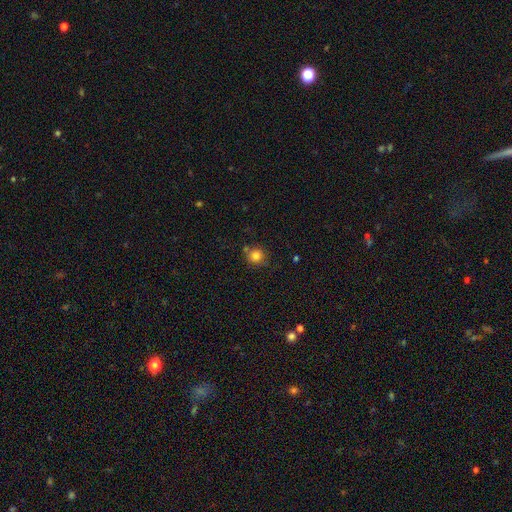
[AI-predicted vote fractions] The model was most divided on "merging": none: 75%, minor disturbance: 13%, merger: 8%, major disturbance: 4%. More confident: how rounded — round (90%); smooth or featured — smooth (82%).